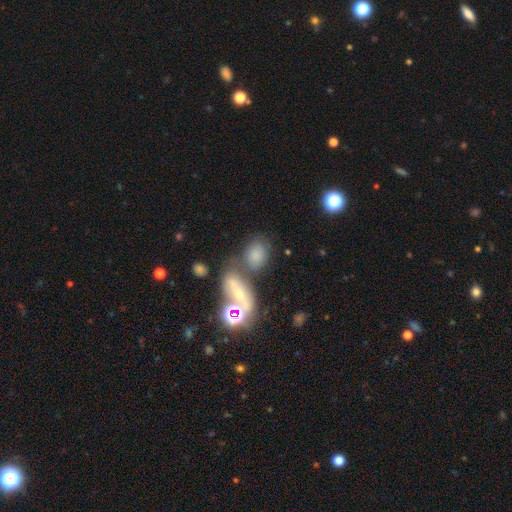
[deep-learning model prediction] A smooth galaxy with no disk features (67%) that is in between round and cigar-shaped (69%). Merging: none (46%).